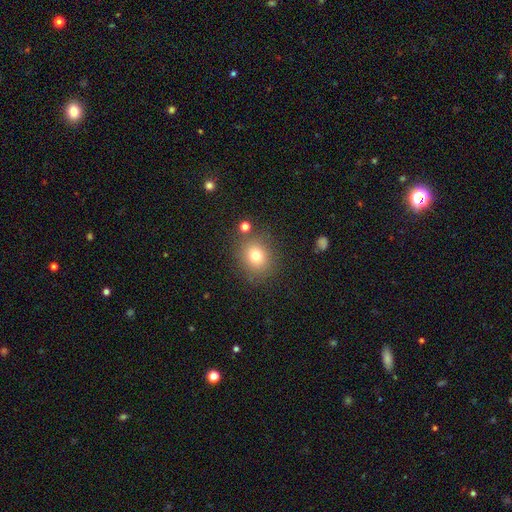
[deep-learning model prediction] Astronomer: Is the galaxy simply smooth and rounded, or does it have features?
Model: smooth — 76%.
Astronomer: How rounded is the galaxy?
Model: round — 73%.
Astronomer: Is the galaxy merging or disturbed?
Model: none — 81%.